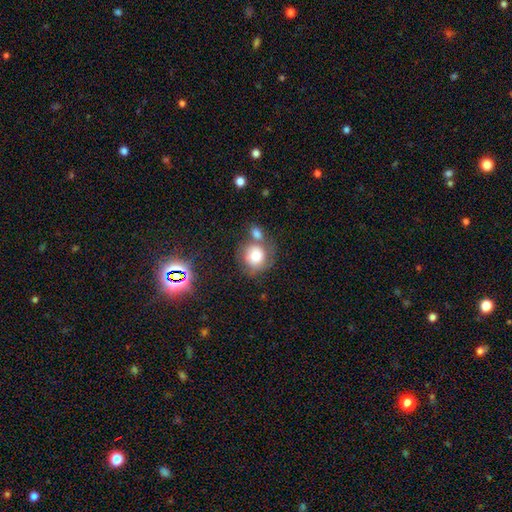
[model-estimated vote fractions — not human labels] smooth 74%, featured or disk 16%, star or artifact 10%. Down the decision tree: how rounded — round (83%); merging — none (46%).